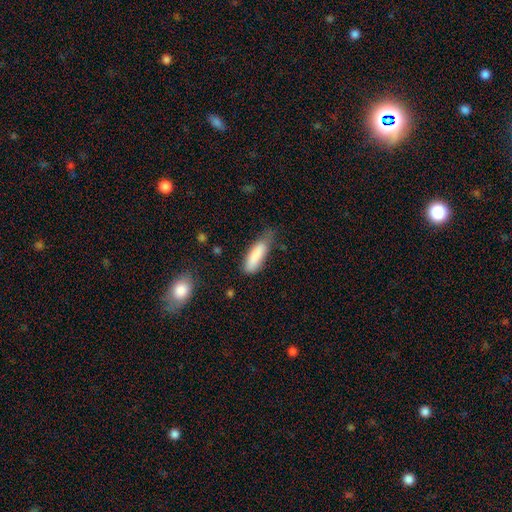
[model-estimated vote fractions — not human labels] Smooth or featured?
  - smooth: 85% *
  - featured or disk: 8%
  - star or artifact: 7%
How rounded?
  - in between: 53% *
  - cigar-shaped: 45%
  - round: 2%
Merging?
  - none: 46% *
  - minor disturbance: 39%
  - major disturbance: 12%
  - merger: 3%